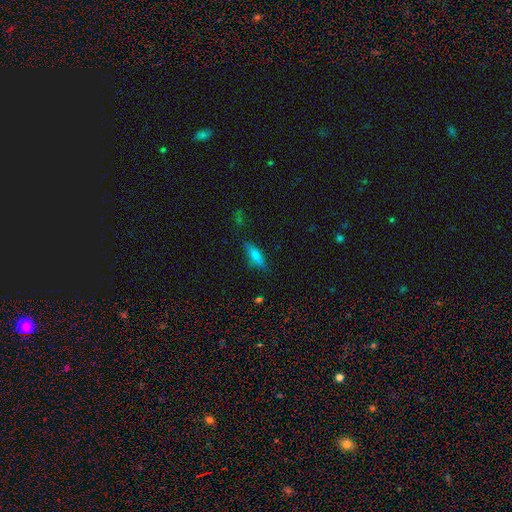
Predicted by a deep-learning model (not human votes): smooth_or_featured: smooth (p=0.71) [alt: featured or disk p=0.18]
how_rounded: in between (p=0.51) [alt: cigar-shaped p=0.47]
merging: none (p=0.75) [alt: minor disturbance p=0.18]